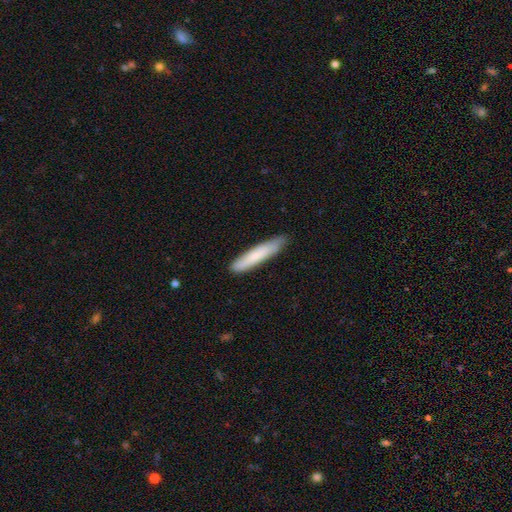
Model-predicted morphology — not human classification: A smooth galaxy with no disk features (77%) that is cigar-shaped (91%). Merging: none (84%).